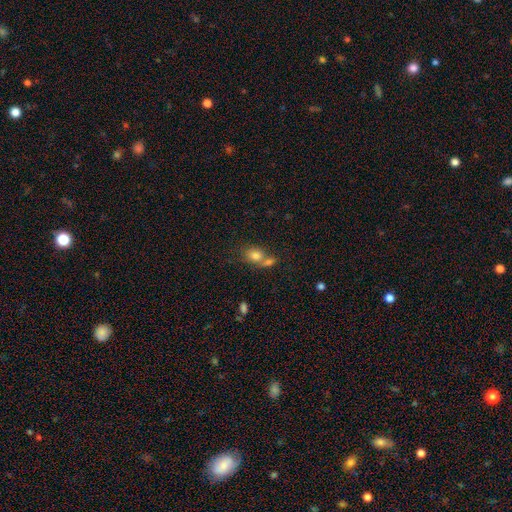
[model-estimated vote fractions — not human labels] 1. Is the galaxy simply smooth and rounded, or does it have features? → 79% smooth, 12% featured or disk, 10% star or artifact.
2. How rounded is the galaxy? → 58% in between, 41% round, 1% cigar-shaped.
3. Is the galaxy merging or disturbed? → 51% merger, 34% none, 10% minor disturbance, 5% major disturbance.